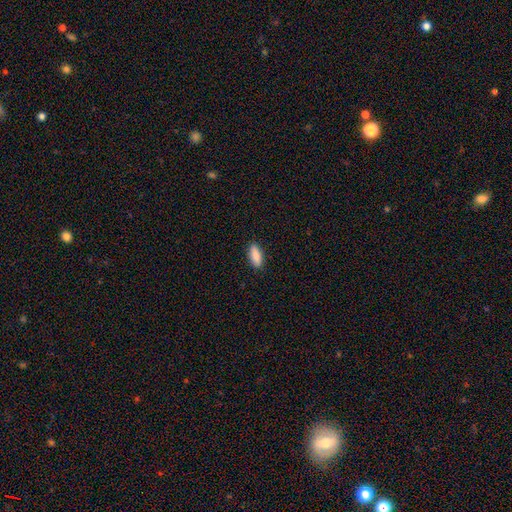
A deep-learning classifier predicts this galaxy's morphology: Smooth or featured? smooth (88%)
How rounded? in between (74%)
Merging? none (89%)